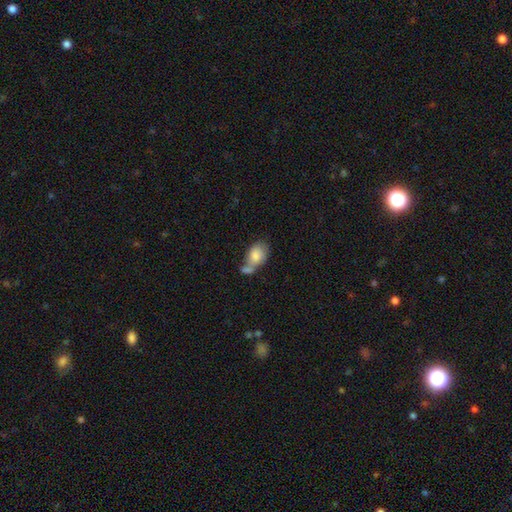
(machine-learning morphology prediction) Overall: smooth (79%). How rounded: in between (82%). Merging: merger (46%; none 27%).